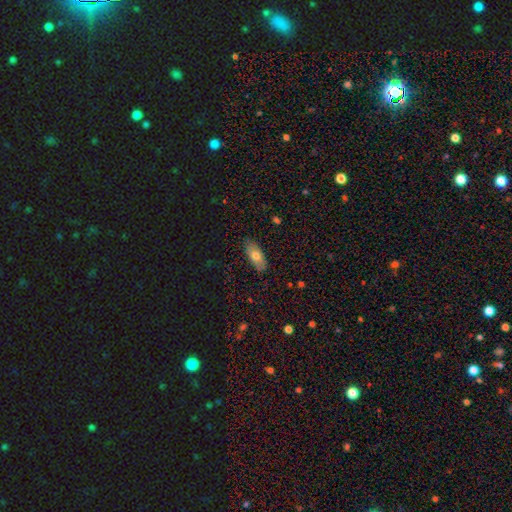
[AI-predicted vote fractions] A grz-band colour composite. It shows a smooth galaxy with no disk features (70%) that is in between round and cigar-shaped (80%). Merging: none (85%).